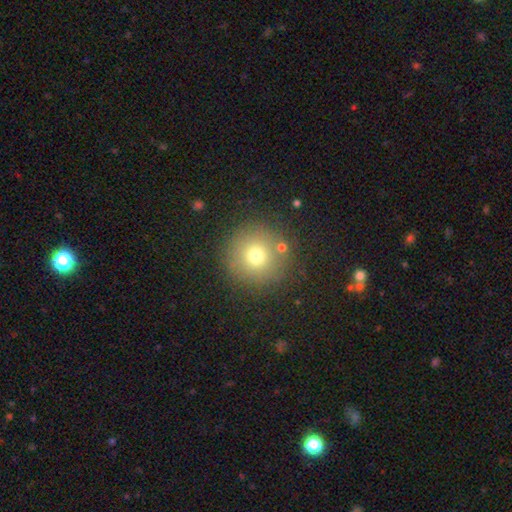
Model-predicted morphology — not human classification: smooth-or-featured: smooth: 71% | star or artifact: 17% | featured or disk: 12%
  how-rounded: round: 96% | in between: 3% | cigar-shaped: 1%
  merging: none: 85% | minor disturbance: 8% | merger: 4% | major disturbance: 4%